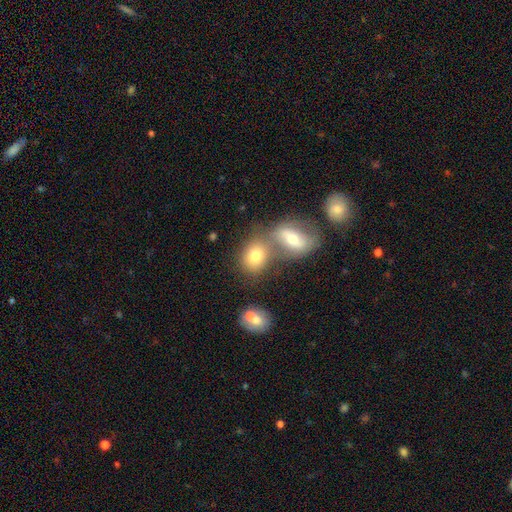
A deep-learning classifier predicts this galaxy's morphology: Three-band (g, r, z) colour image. It shows a smooth galaxy with no disk features (75%) that is in between round and cigar-shaped (51%). Merging: none (44%).